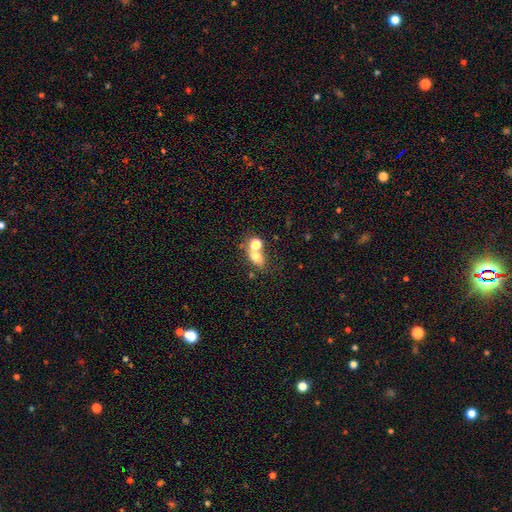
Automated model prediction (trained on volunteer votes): This is likely a smooth galaxy (70%). How rounded: likely in between (62%). Merging: marginally merger (44%).